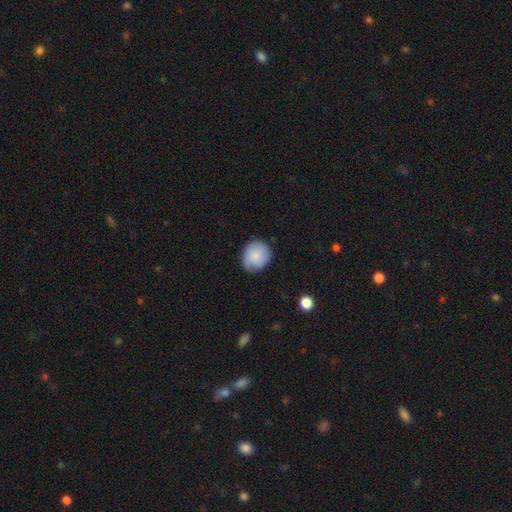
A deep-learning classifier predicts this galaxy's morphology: A smooth galaxy with no disk features (78%) that is round (73%). Merging: none (72%).